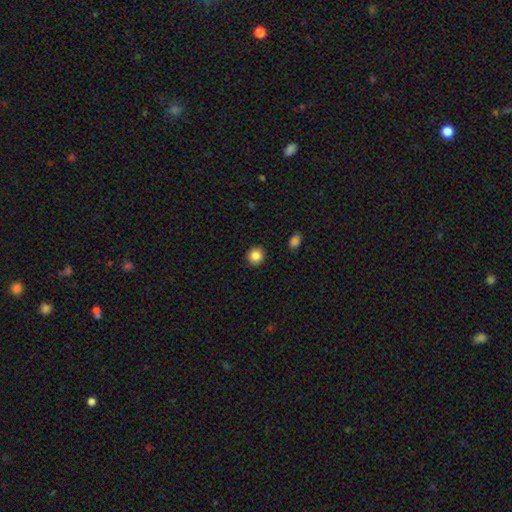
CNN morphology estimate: Smooth or featured?
  - smooth: 86% *
  - star or artifact: 10%
  - featured or disk: 5%
How rounded?
  - round: 90% *
  - in between: 9%
  - cigar-shaped: 1%
Merging?
  - none: 92% *
  - minor disturbance: 5%
  - major disturbance: 2%
  - merger: 1%